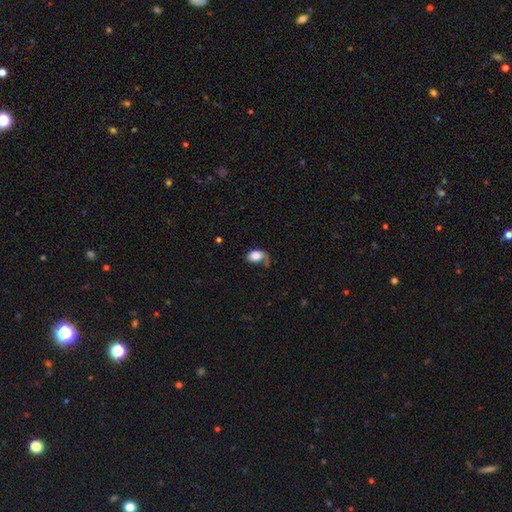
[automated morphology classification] Smooth or featured?
  - smooth: 77% *
  - featured or disk: 16%
  - star or artifact: 7%
How rounded?
  - in between: 83% *
  - round: 15%
  - cigar-shaped: 1%
Merging?
  - none: 43% *
  - minor disturbance: 28%
  - major disturbance: 24%
  - merger: 5%